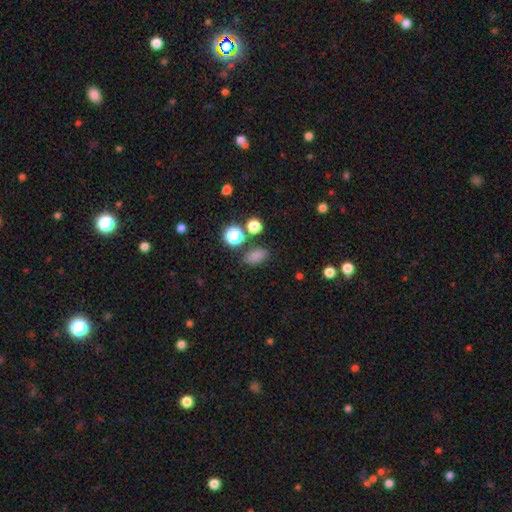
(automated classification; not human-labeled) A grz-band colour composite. It shows a smooth galaxy with no disk features (78%) that is in between round and cigar-shaped (82%). Merging: none (77%).